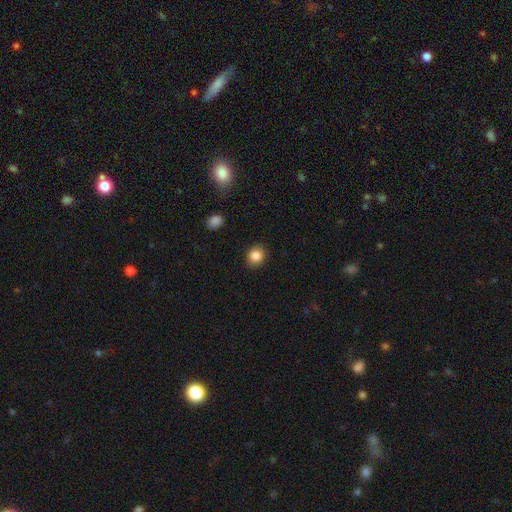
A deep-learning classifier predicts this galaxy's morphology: Overall: smooth (85%). How rounded: round (64%; in between 35%). Merging: none (89%).